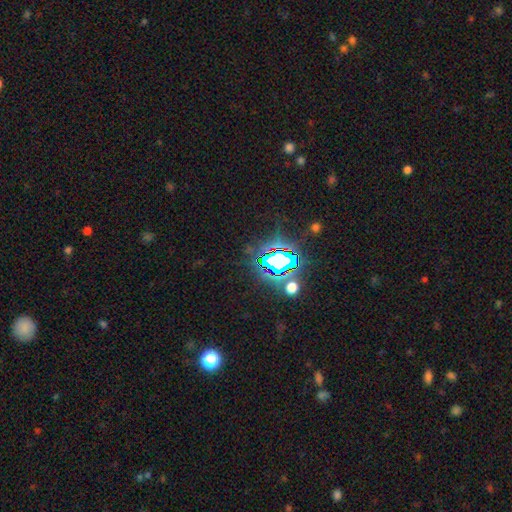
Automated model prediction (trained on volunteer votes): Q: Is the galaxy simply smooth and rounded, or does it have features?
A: star or artifact — 83%.